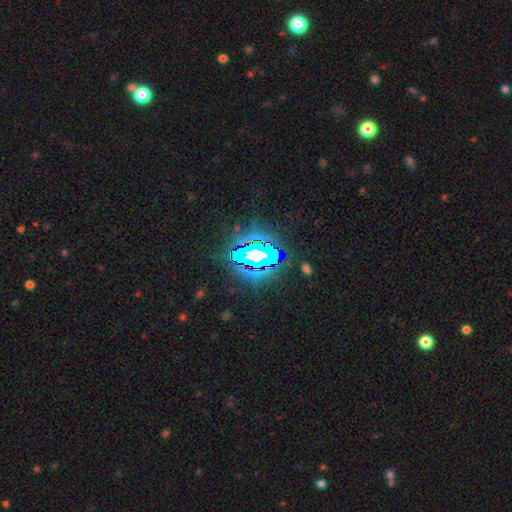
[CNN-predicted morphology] Smooth or featured? star or artifact (71%)